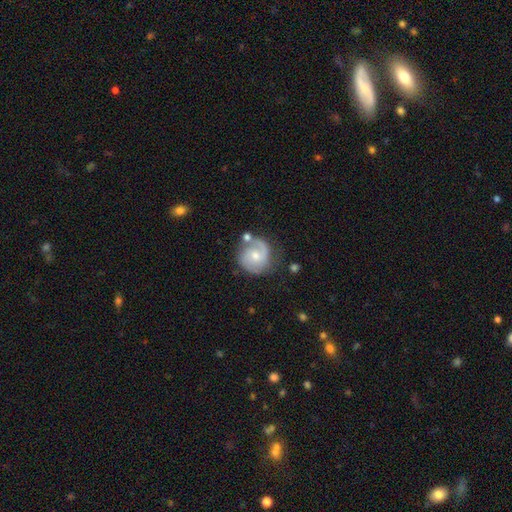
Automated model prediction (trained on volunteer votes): Morphology: type=featured or disk (77%); edge-on=no (98%); bar=no (56%); spiral arms=yes (94%); winding=medium (48%); arm count=2 (82%); bulge=moderate (51%); merging=none (66%).